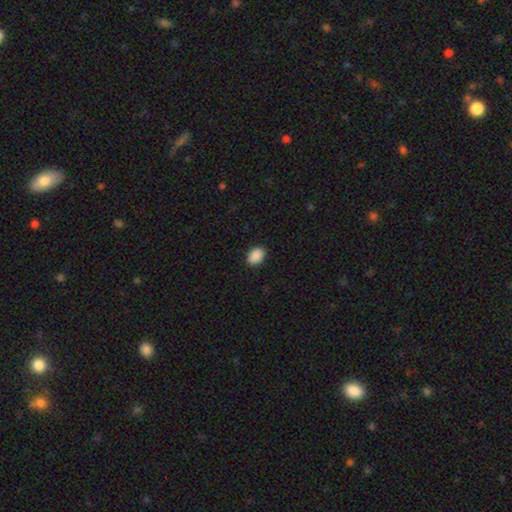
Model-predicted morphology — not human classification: Smooth or featured: smooth — 90% (star or artifact — 7%)
How rounded: in between — 79% (round — 20%)
Merging: none — 89% (minor disturbance — 8%)